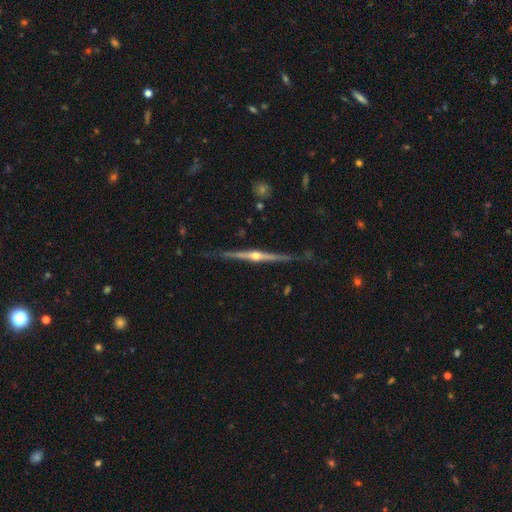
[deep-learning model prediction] featured or disk 86%, smooth 9%, star or artifact 5%. Down the decision tree: edge-on disk — yes (98%); edge-on bulge — rounded (94%); merging — none (82%).